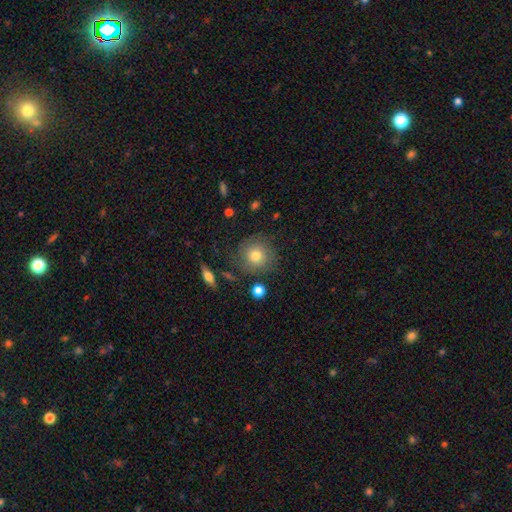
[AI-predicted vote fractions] smooth-or-featured: smooth: 60% | featured or disk: 28% | star or artifact: 12%
  how-rounded: round: 91% | in between: 8% | cigar-shaped: 1%
  merging: none: 79% | minor disturbance: 13% | major disturbance: 6% | merger: 2%